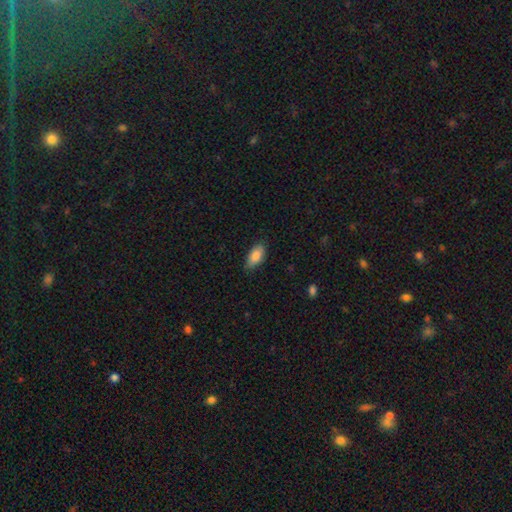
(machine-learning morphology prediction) Smooth or featured?
  - smooth: 85% *
  - featured or disk: 8%
  - star or artifact: 7%
How rounded?
  - in between: 90% *
  - cigar-shaped: 7%
  - round: 3%
Merging?
  - none: 80% *
  - minor disturbance: 16%
  - major disturbance: 3%
  - merger: 1%